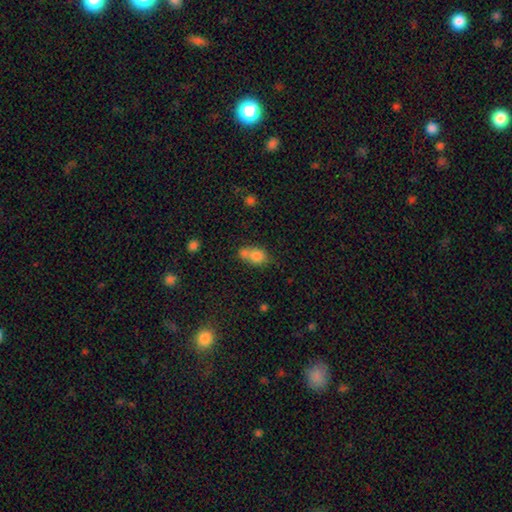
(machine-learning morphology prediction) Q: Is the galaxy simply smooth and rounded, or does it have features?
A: smooth — 79%.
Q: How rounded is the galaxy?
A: in between — 57%.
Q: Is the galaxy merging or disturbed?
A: merger — 49%.